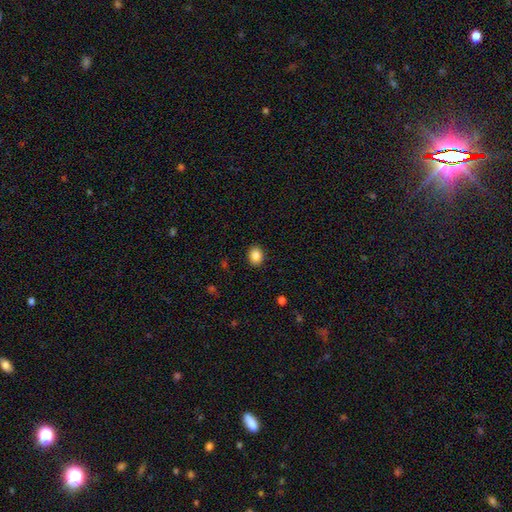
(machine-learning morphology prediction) Smooth or featured: smooth — 85% (star or artifact — 9%)
How rounded: round — 55% (in between — 44%)
Merging: none — 90% (minor disturbance — 7%)